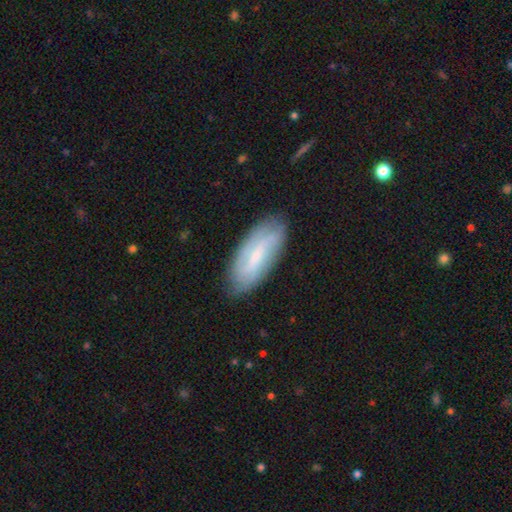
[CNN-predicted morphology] Smooth or featured: featured or disk — 55% (smooth — 38%)
Edge-on disk: no — 86% (yes — 14%)
Merging: none — 80% (minor disturbance — 15%)